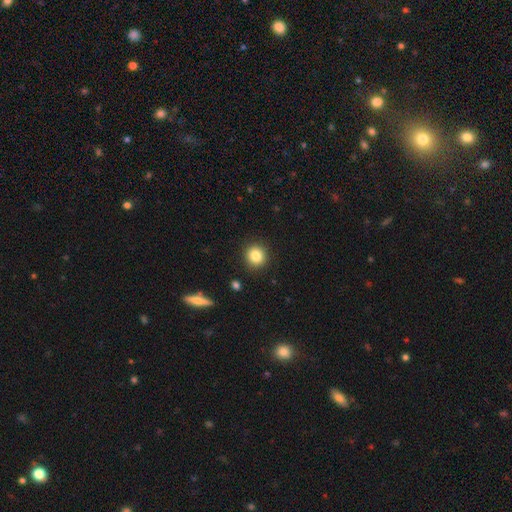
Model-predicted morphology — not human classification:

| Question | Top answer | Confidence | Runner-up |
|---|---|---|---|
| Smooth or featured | smooth | 83% | star or artifact (10%) |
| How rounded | round | 91% | in between (8%) |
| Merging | none | 90% | minor disturbance (6%) |